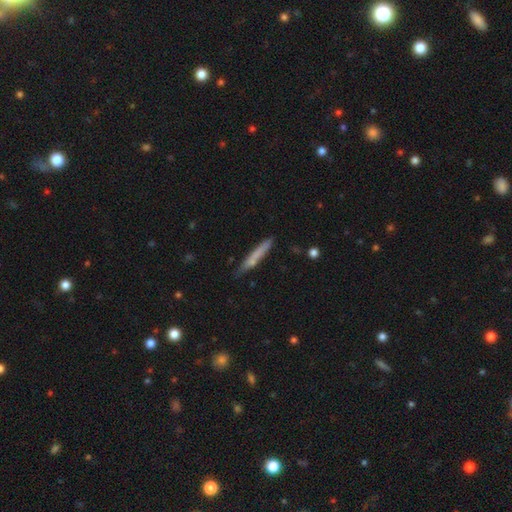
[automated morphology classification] smooth_or_featured: smooth (p=0.67) [alt: featured or disk p=0.26]
how_rounded: cigar-shaped (p=0.95) [alt: in between p=0.04]
merging: none (p=0.79) [alt: minor disturbance p=0.16]